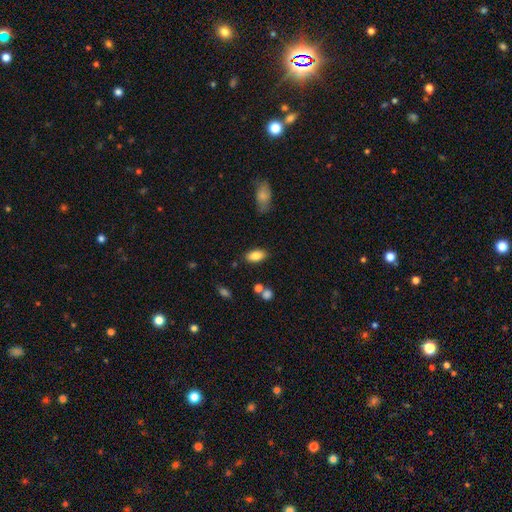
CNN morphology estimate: Smooth or featured? Predicted: smooth (p=0.84). How rounded? Predicted: in between (p=0.92). Merging? Predicted: none (p=0.83).